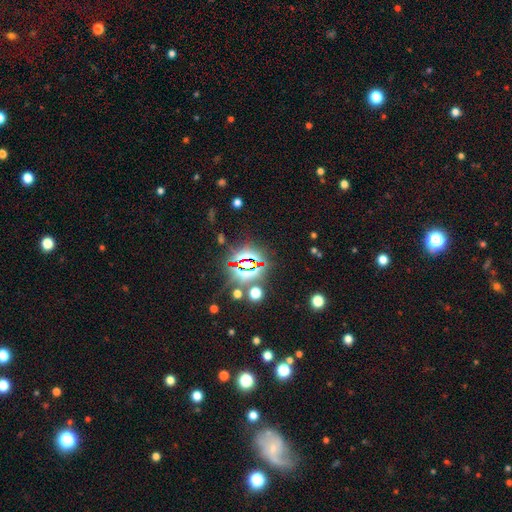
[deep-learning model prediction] Q: Smooth or featured?
A: star or artifact (81%); runner-up: smooth (11%)